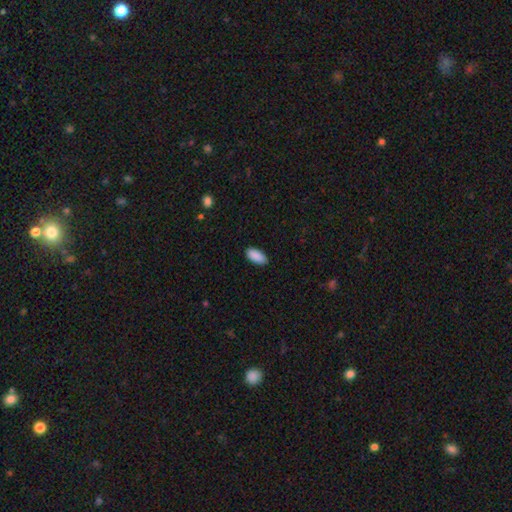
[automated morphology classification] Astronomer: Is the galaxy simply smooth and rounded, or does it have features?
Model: smooth — 91%.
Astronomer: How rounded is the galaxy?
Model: in between — 92%.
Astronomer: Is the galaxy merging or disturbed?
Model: none — 88%.